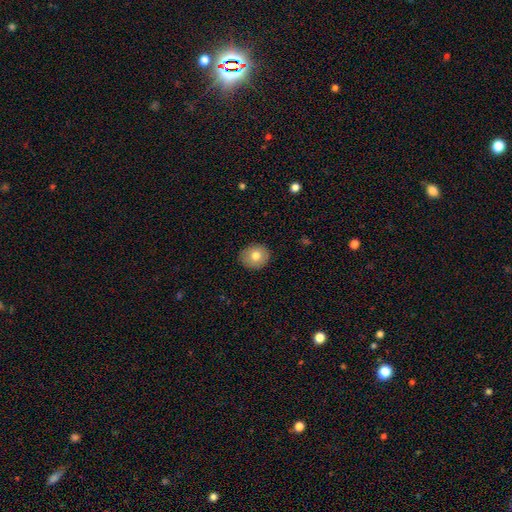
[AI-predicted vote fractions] Overall: smooth (76%). How rounded: round (74%). Merging: none (89%).